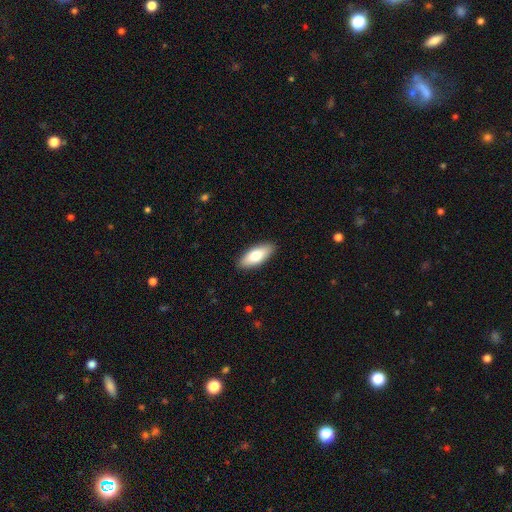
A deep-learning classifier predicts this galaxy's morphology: type=smooth (75%); roundness=in between (80%); merging=none (90%).